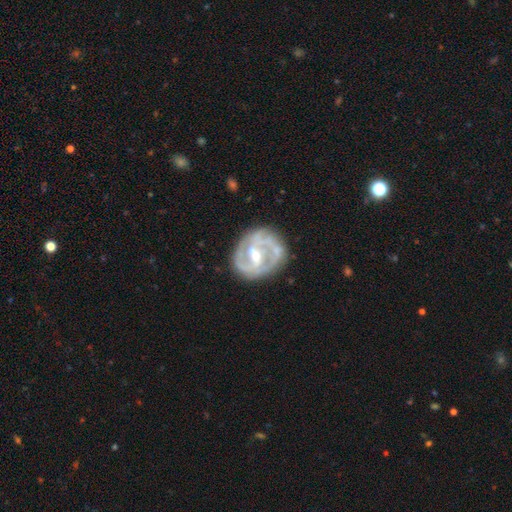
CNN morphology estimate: The model was most divided on "spiral winding" (2-way tie): medium: 43%, tight: 43%, loose: 14%. Remaining: edge-on disk — no (97%); spiral arms — yes (89%); smooth or featured — featured or disk (86%); merging — none (71%); spiral arm count — 2 (59%); bulge size — small (49%); bar — weak (43%).